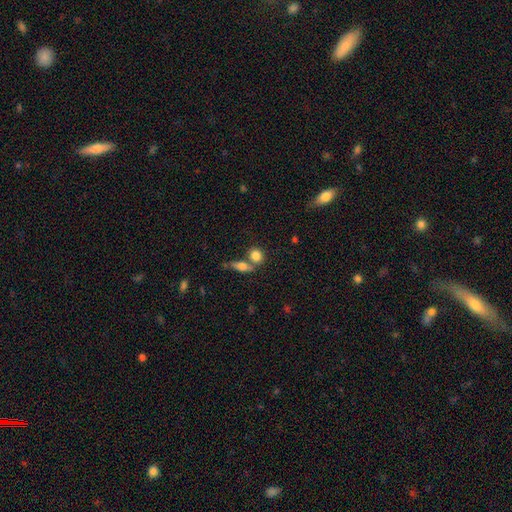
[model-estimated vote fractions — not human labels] smooth 81%, featured or disk 10%, star or artifact 9%. Down the decision tree: how rounded — in between (49%); merging — none (49%).